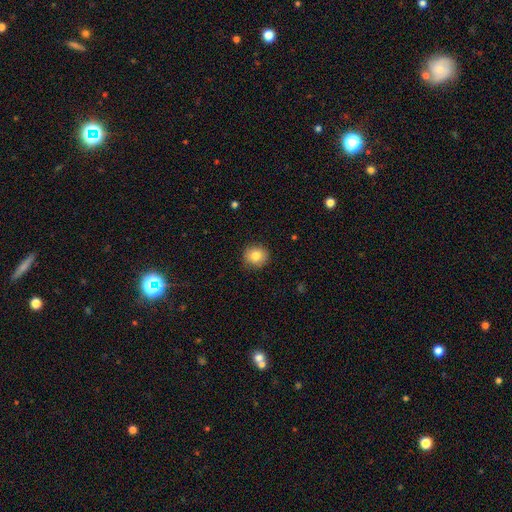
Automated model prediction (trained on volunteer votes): Smooth or featured? smooth (83%)
How rounded? round (86%)
Merging? none (88%)